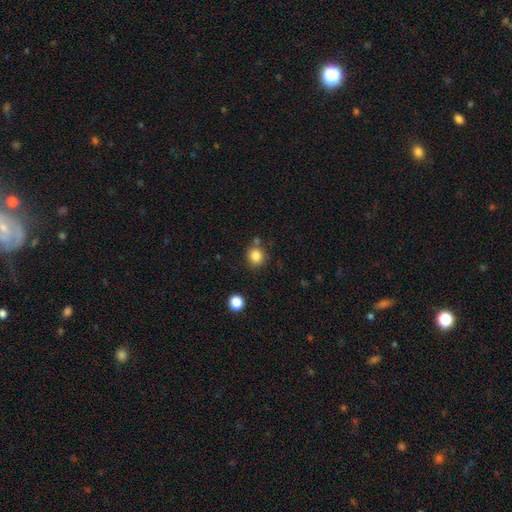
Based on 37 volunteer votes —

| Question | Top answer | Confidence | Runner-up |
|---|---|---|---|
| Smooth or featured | smooth | 97% | featured or disk (3%) |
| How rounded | round | 89% | in between (11%) |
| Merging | none | 70% | minor disturbance (14%) |